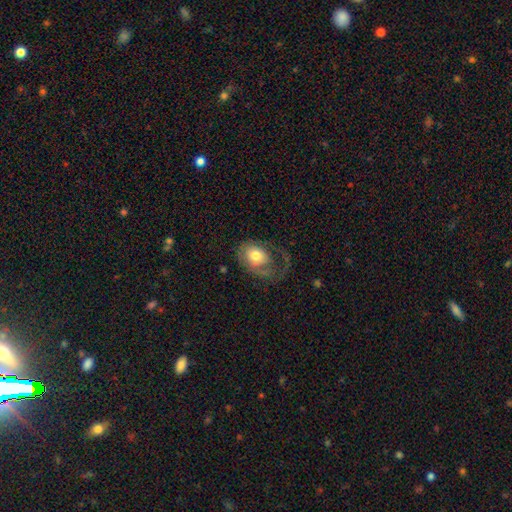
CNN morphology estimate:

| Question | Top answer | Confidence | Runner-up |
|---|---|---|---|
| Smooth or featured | smooth | 53% | featured or disk (40%) |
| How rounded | in between | 72% | round (27%) |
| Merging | major disturbance | 48% | none (29%) |